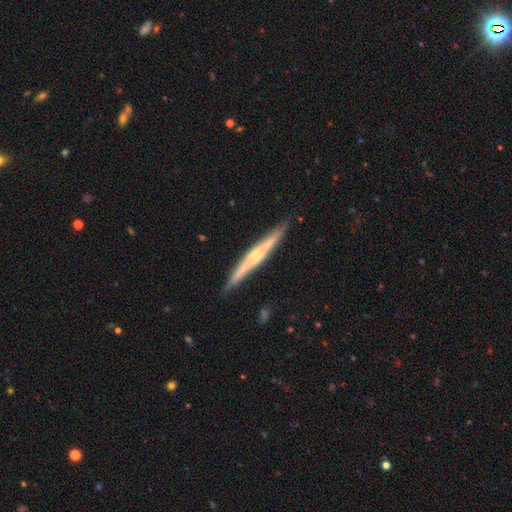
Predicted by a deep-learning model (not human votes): Q: Smooth or featured?
A: featured or disk (71%); runner-up: smooth (24%)
Q: Edge-on disk?
A: yes (97%); runner-up: no (3%)
Q: Edge-on bulge?
A: rounded (63%); runner-up: none (22%)
Q: Merging?
A: none (88%); runner-up: minor disturbance (9%)